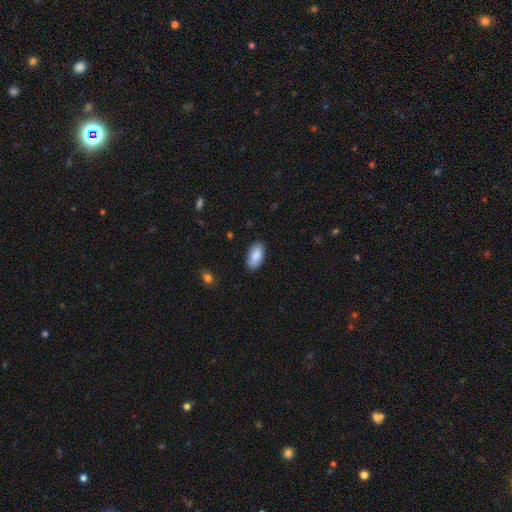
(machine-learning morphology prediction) Smooth or featured? smooth (86%)
How rounded? in between (94%)
Merging? none (83%)